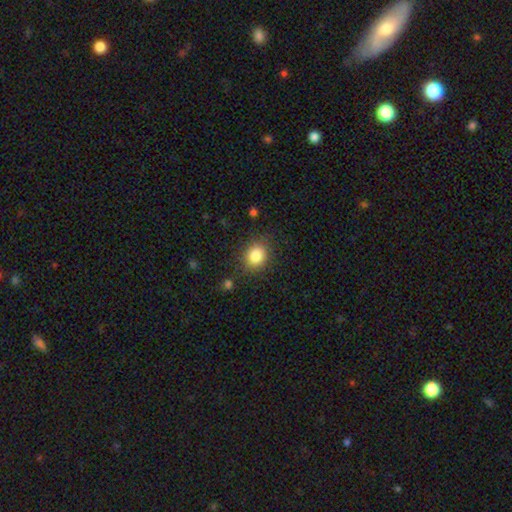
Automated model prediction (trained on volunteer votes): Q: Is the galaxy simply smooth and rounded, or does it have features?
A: smooth — 84%.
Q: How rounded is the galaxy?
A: round — 62%.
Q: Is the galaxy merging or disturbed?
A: none — 82%.